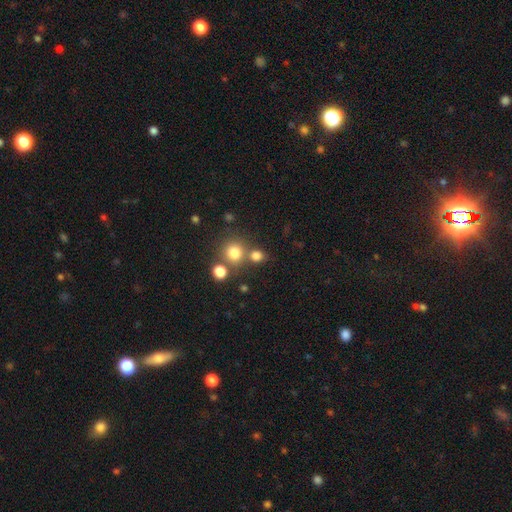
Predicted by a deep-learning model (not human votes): Q: Smooth or featured?
A: smooth (74%); runner-up: star or artifact (19%)
Q: How rounded?
A: round (84%); runner-up: in between (15%)
Q: Merging?
A: none (64%); runner-up: merger (24%)